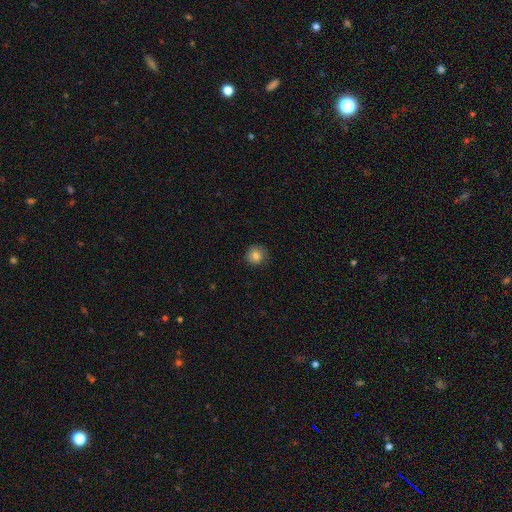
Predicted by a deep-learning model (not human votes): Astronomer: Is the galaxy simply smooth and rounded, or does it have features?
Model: smooth — 82%.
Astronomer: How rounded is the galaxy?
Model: round — 92%.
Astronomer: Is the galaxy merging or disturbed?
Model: none — 86%.